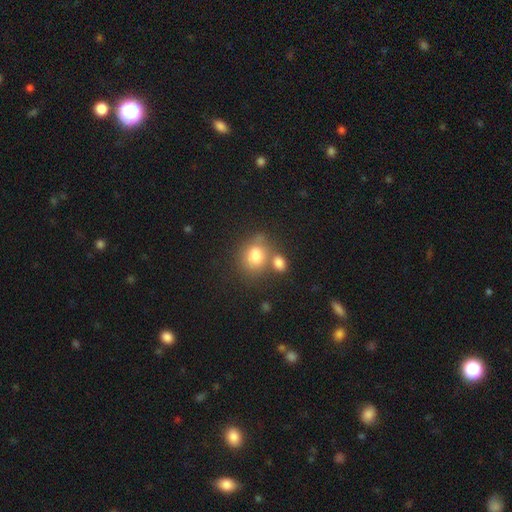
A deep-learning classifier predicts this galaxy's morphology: Smooth or featured? Predicted: smooth (p=0.78). How rounded? Predicted: in between (p=0.51). Merging? Predicted: none (p=0.43).